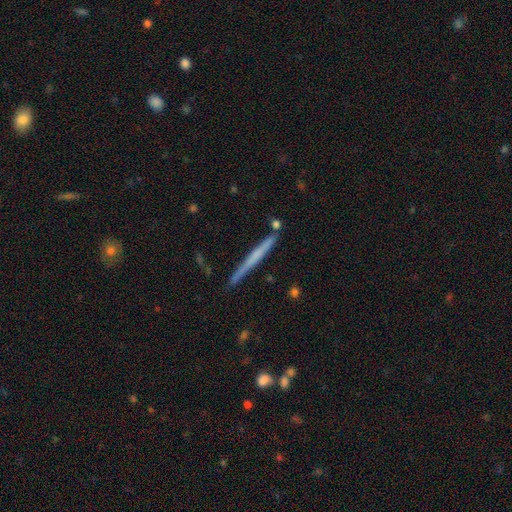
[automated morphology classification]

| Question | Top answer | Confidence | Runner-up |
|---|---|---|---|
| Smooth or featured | featured or disk | 51% | smooth (44%) |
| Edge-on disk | yes | 97% | no (3%) |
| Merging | none | 86% | minor disturbance (10%) |